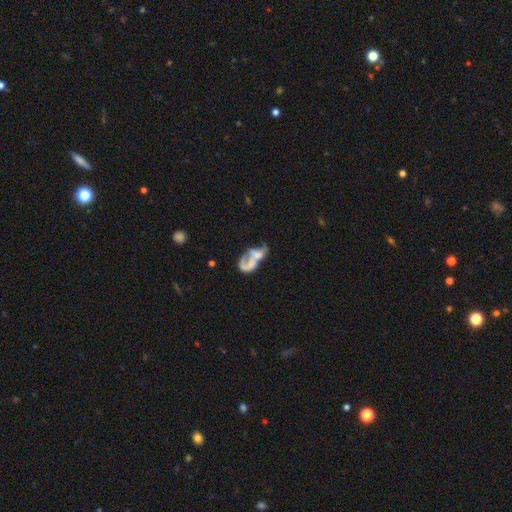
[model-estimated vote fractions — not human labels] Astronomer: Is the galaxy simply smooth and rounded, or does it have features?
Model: featured or disk — 52% (runner-up: smooth, 35%).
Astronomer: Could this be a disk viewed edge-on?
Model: no — 95%.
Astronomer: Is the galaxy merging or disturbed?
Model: merger — 45% (runner-up: major disturbance, 27%).